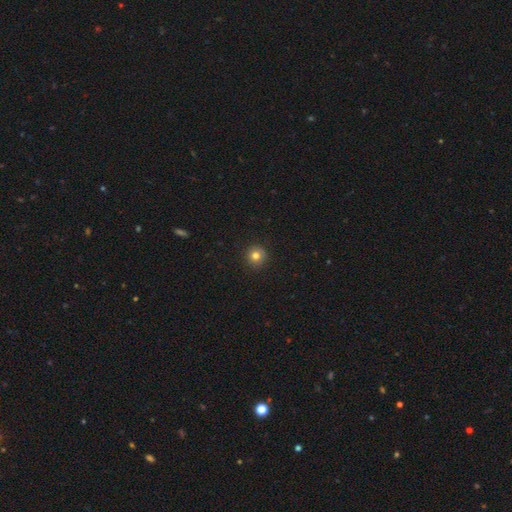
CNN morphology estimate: The model was most divided on "smooth or featured": smooth: 80%, star or artifact: 12%, featured or disk: 7%. More confident: how rounded — round (94%); merging — none (91%).